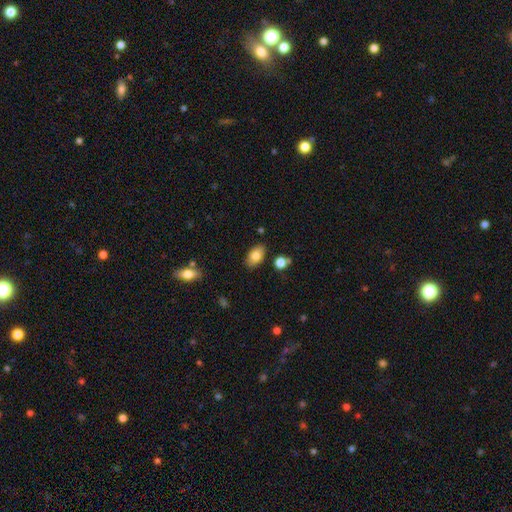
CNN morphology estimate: type=smooth (81%); roundness=in between (91%); merging=none (85%).